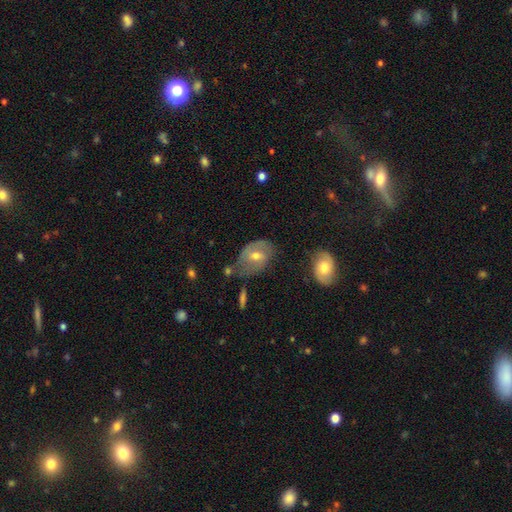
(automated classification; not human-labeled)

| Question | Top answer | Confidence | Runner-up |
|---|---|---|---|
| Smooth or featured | featured or disk | 52% | smooth (39%) |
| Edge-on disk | no | 93% | yes (7%) |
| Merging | none | 54% | minor disturbance (28%) |